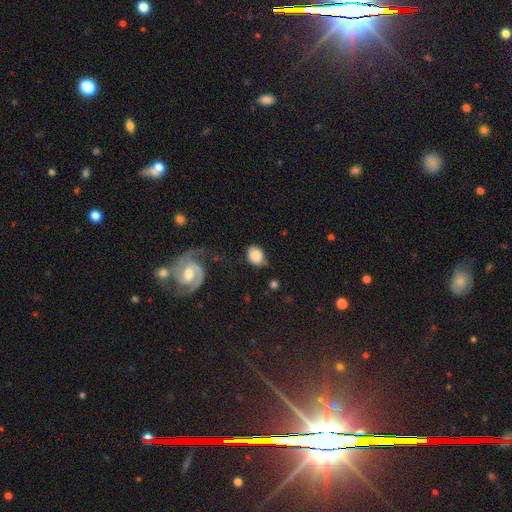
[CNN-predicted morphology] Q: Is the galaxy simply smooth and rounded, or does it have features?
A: smooth — 80%.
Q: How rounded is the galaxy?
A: in between — 61%.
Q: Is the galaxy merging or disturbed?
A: none — 56%.